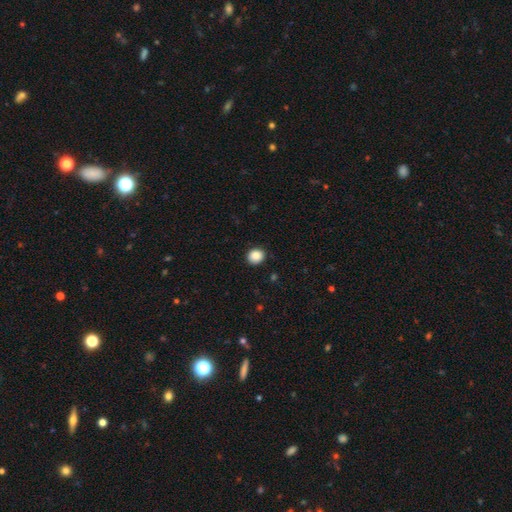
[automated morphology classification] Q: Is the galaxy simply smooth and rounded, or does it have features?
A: smooth — 87%.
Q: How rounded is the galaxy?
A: round — 80%.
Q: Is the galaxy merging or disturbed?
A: none — 90%.